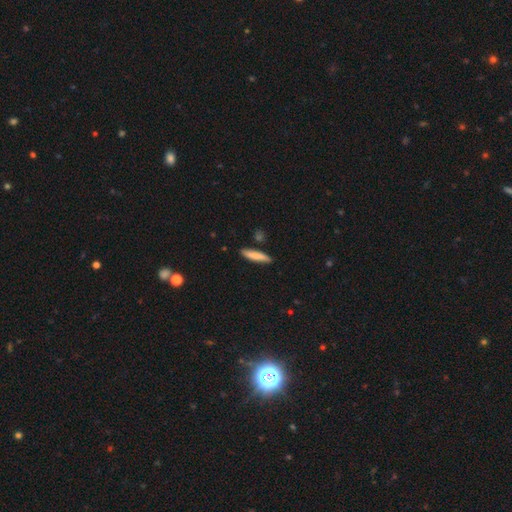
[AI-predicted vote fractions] smooth 80%, featured or disk 14%, star or artifact 6%. Down the decision tree: how rounded — cigar-shaped (88%); merging — none (86%).